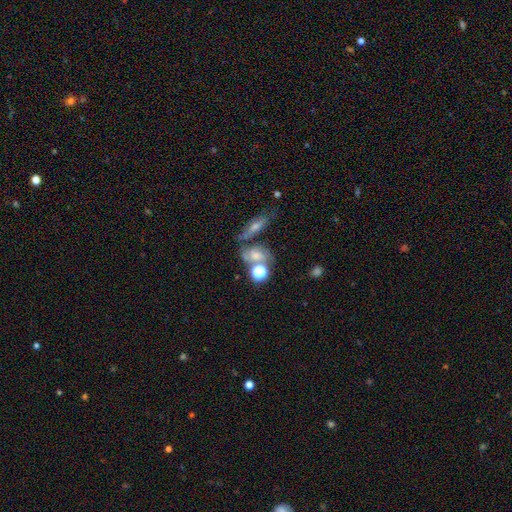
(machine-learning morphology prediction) The model was most divided on "merging": none: 39%, merger: 38%, minor disturbance: 14%, major disturbance: 9%. More confident: smooth or featured — smooth (51%); how rounded — in between (50%).